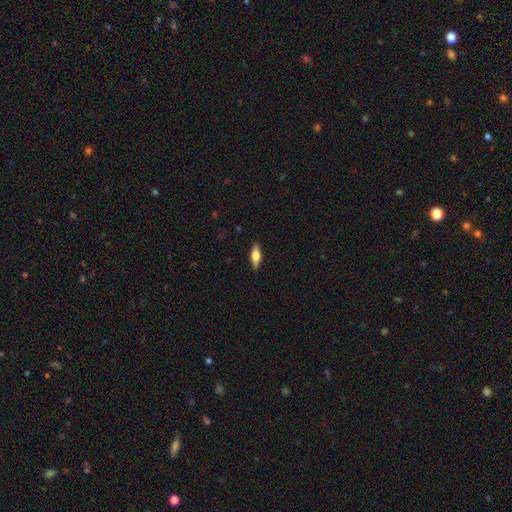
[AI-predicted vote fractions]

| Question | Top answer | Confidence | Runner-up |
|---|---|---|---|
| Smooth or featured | smooth | 50% | featured or disk (44%) |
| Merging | none | 88% | minor disturbance (9%) |